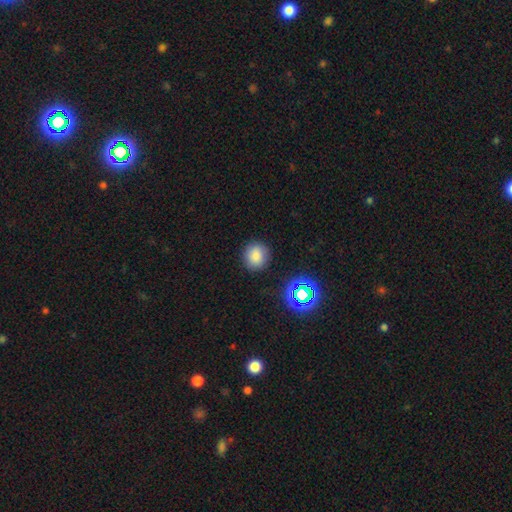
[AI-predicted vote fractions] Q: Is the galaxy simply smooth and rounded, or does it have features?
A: smooth — 80%.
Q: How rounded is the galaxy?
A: round — 87%.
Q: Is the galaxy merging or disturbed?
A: none — 89%.